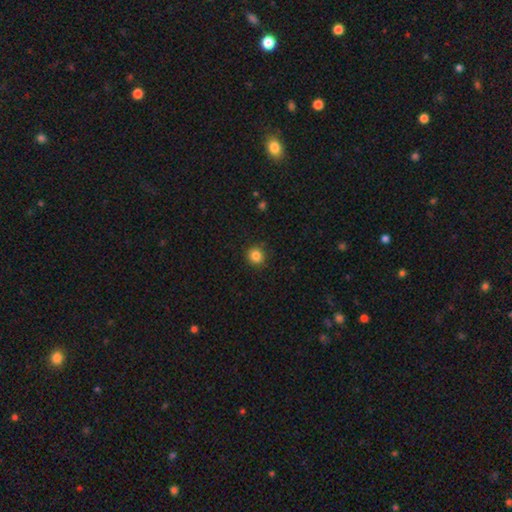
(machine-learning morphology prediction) This is clearly a smooth galaxy (85%). How rounded: clearly round (92%). Merging: clearly none (88%).